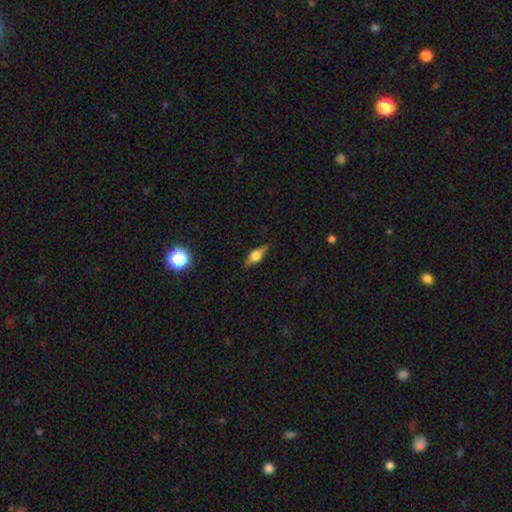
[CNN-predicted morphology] type=featured or disk (47%); merging=none (81%).